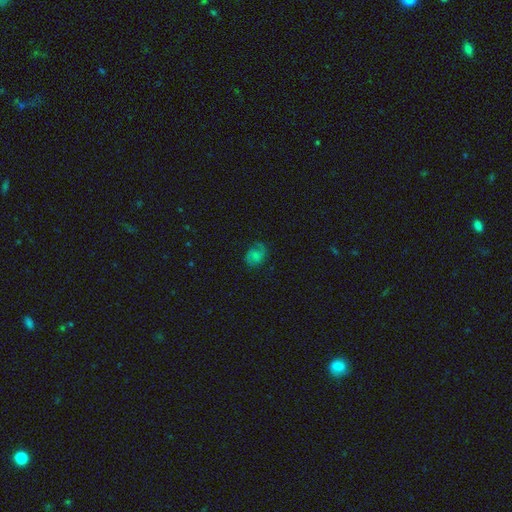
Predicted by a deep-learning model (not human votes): Smooth or featured: featured or disk — 46% (smooth — 41%)
Merging: none — 65% (minor disturbance — 21%)